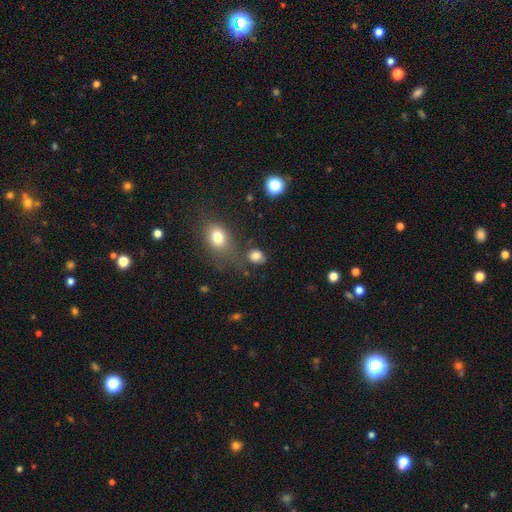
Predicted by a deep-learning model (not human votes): A smooth galaxy with no disk features (81%) that is round (52%).

Vote fractions:
- Smooth or featured? smooth: 81% / star or artifact: 12% / featured or disk: 7%
- How rounded? round: 52% / in between: 47% / cigar-shaped: 1%
- Merging? none: 65% / minor disturbance: 16% / merger: 11% / major disturbance: 8%